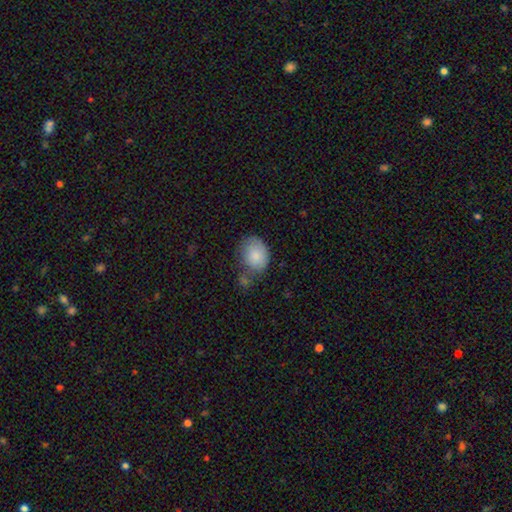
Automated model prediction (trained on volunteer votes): A smooth galaxy with no disk features (84%) that is in between round and cigar-shaped (61%). Merging: none (53%).